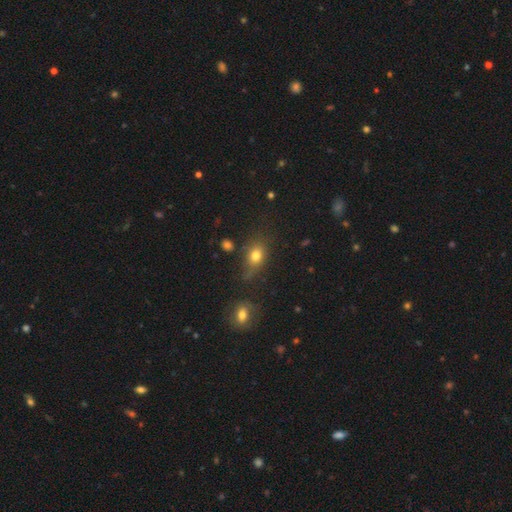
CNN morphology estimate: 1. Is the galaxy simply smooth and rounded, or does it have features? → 77% smooth, 13% star or artifact, 10% featured or disk.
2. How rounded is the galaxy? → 64% in between, 32% round, 3% cigar-shaped.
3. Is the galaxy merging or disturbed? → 62% none, 22% minor disturbance, 9% major disturbance, 7% merger.